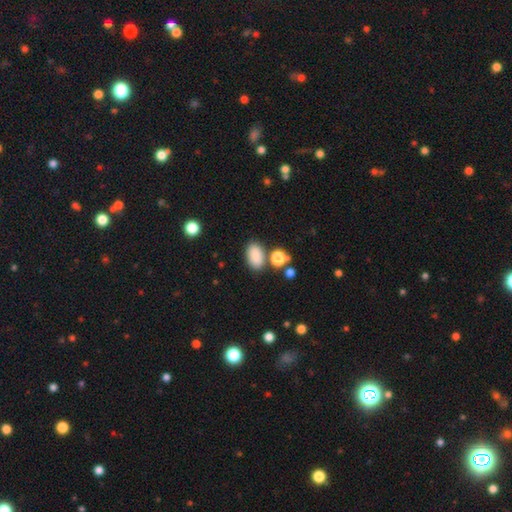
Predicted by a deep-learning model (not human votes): Smooth or featured: smooth — 86% (star or artifact — 9%)
How rounded: in between — 91% (round — 8%)
Merging: none — 75% (minor disturbance — 11%)